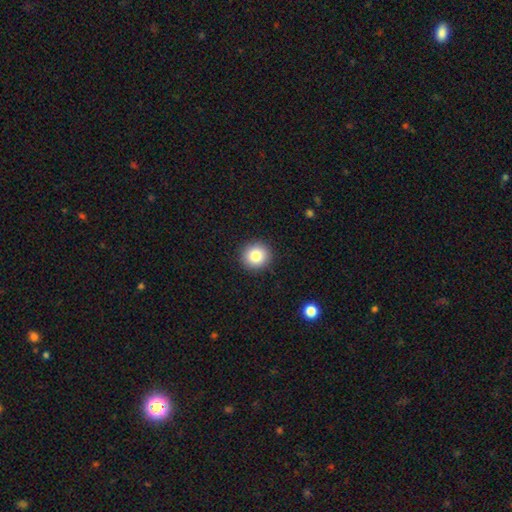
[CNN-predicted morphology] A smooth galaxy with no disk features (82%) that is round (92%). Merging: none (92%).